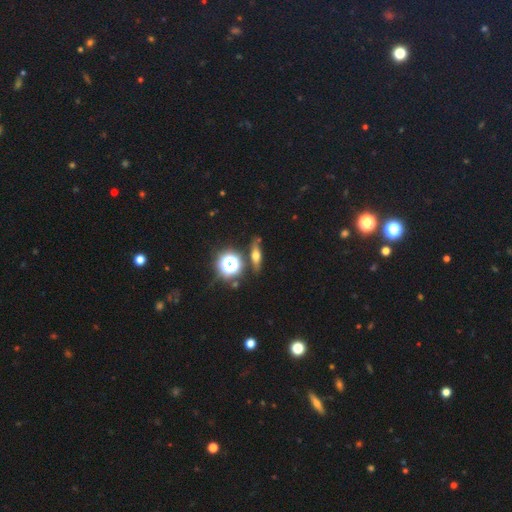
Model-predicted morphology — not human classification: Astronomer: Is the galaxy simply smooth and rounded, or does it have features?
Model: smooth — 43% (runner-up: featured or disk, 35%).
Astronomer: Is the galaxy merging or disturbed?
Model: none — 78%.